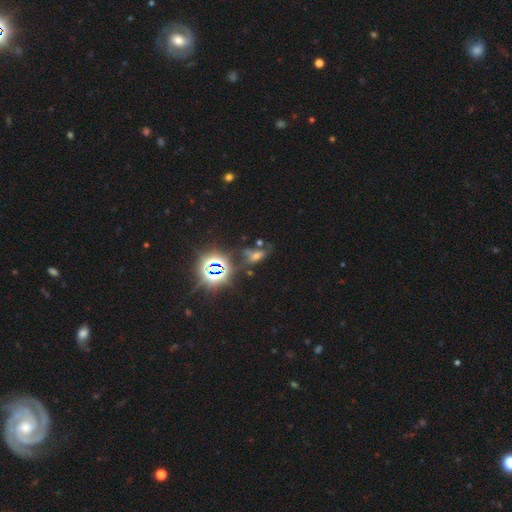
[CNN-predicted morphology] Overall: star or artifact (52%; smooth 28%).